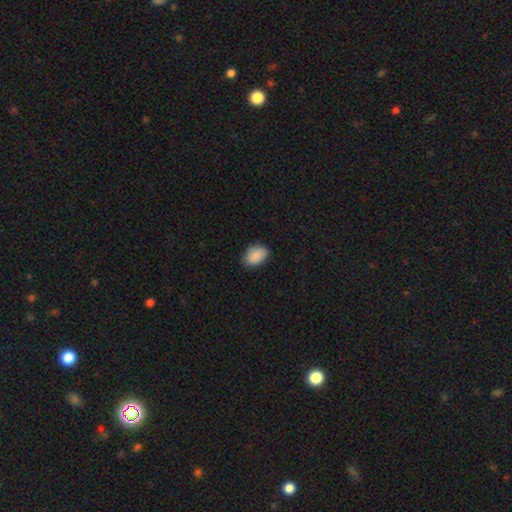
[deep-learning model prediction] This appears to be a smooth galaxy with no disk features (88%) that is in between round and cigar-shaped (85%). Merging: none (81%).